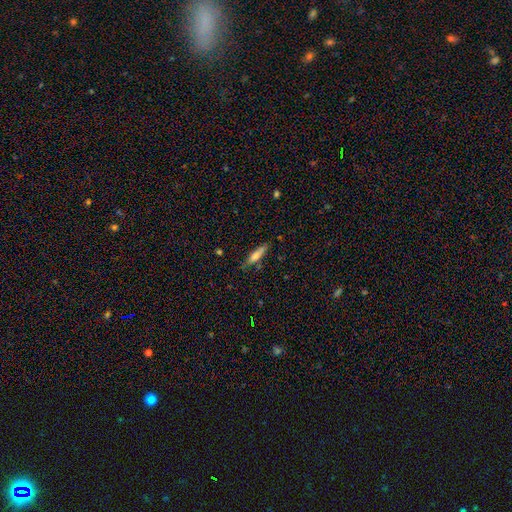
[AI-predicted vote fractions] Q: Smooth or featured?
A: smooth (63%); runner-up: featured or disk (30%)
Q: How rounded?
A: cigar-shaped (76%); runner-up: in between (22%)
Q: Merging?
A: none (75%); runner-up: minor disturbance (18%)